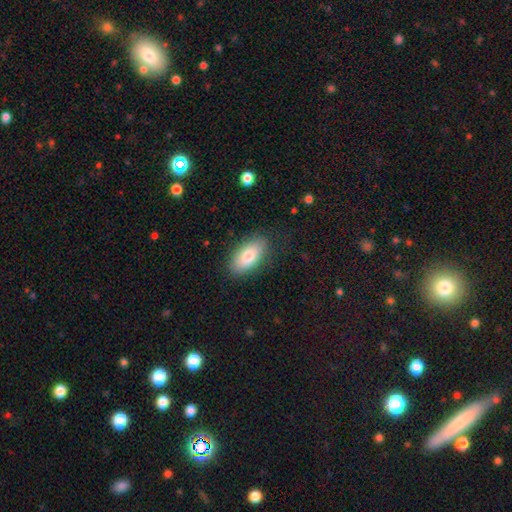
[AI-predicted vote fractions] smooth_or_featured: smooth (p=0.76) [alt: featured or disk p=0.14]
how_rounded: in between (p=0.91) [alt: cigar-shaped p=0.05]
merging: none (p=0.85) [alt: minor disturbance p=0.11]